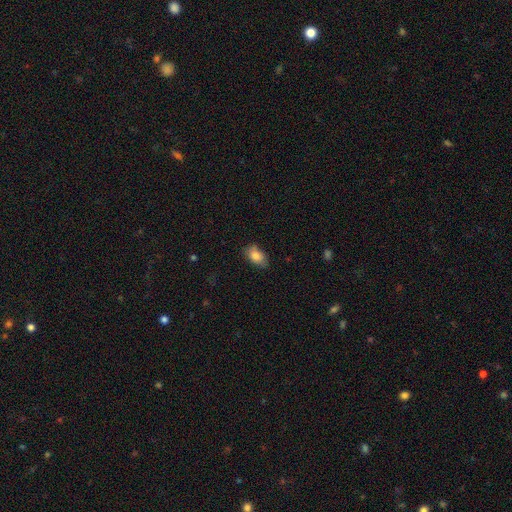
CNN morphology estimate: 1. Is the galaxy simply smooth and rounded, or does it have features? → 84% smooth, 9% featured or disk, 8% star or artifact.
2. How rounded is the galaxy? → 90% in between, 8% round, 2% cigar-shaped.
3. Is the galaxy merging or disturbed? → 77% none, 18% minor disturbance, 3% major disturbance, 1% merger.